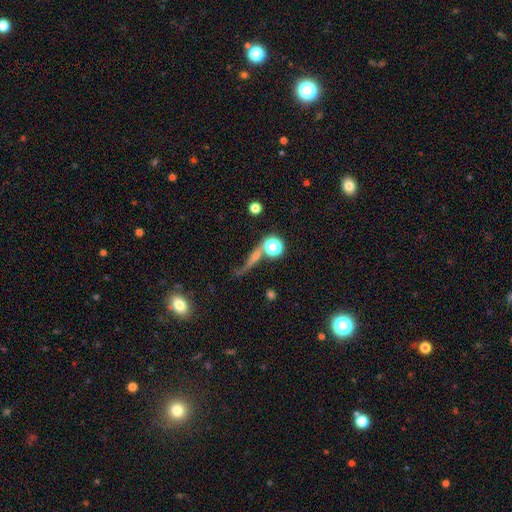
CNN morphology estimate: Q: Smooth or featured?
A: featured or disk (40%); runner-up: smooth (33%)
Q: Merging?
A: none (50%); runner-up: merger (17%)